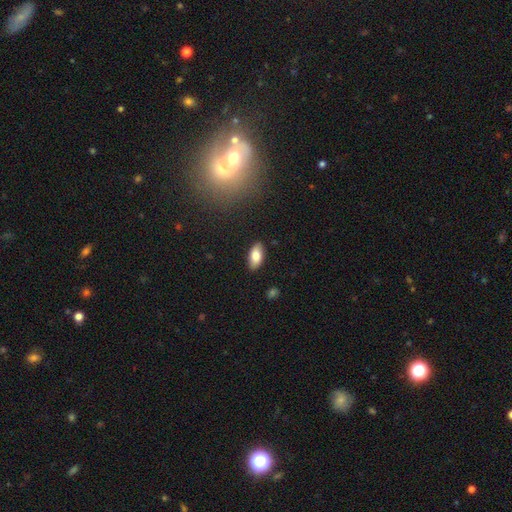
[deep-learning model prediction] This is clearly a smooth galaxy (81%). How rounded: clearly in between (91%). Merging: clearly none (87%).